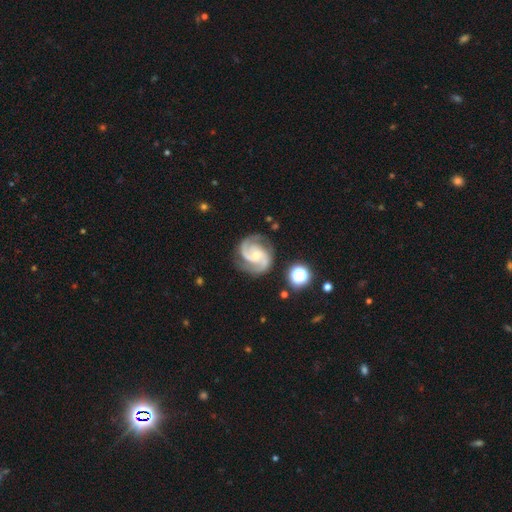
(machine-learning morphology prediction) Q: Smooth or featured?
A: featured or disk (91%); runner-up: star or artifact (5%)
Q: Edge-on disk?
A: no (98%); runner-up: yes (2%)
Q: Bar?
A: no (53%); runner-up: weak (38%)
Q: Spiral arms?
A: yes (98%); runner-up: no (2%)
Q: Spiral winding?
A: medium (57%); runner-up: tight (32%)
Q: Spiral arm count?
A: 2 (80%); runner-up: 3 (12%)
Q: Bulge size?
A: small (53%); runner-up: moderate (37%)
Q: Merging?
A: none (77%); runner-up: minor disturbance (15%)